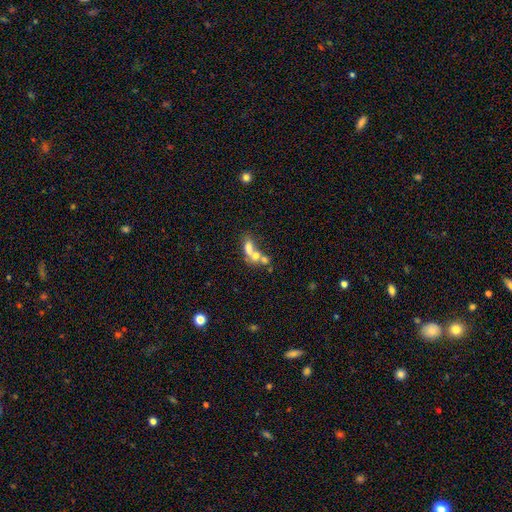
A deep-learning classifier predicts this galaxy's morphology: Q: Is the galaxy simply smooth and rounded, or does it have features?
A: smooth — 57%.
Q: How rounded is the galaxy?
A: in between — 65%.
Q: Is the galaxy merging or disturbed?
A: merger — 62%.